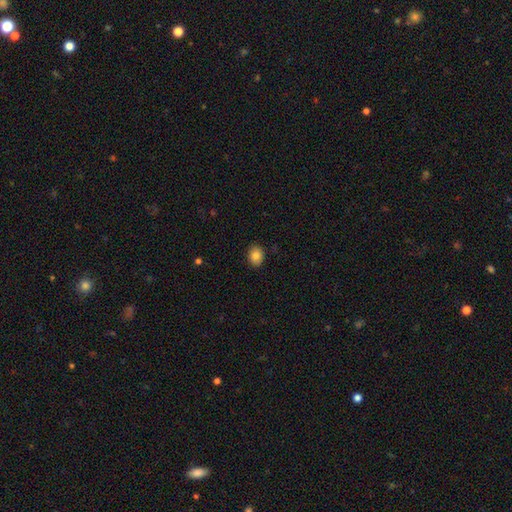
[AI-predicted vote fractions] A smooth galaxy with no disk features (85%) that is in between round and cigar-shaped (58%). Merging: none (88%).